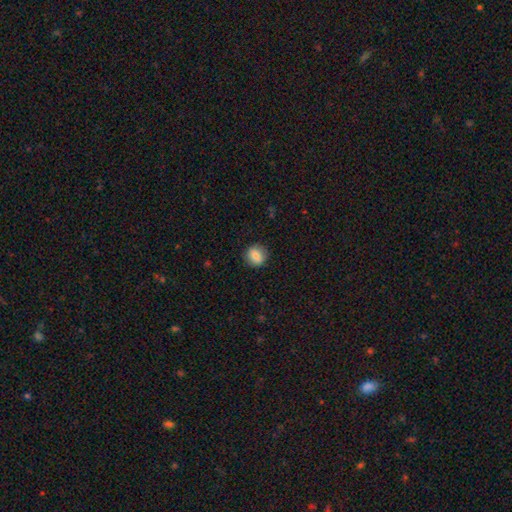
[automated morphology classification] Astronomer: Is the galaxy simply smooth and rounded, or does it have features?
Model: smooth — 83%.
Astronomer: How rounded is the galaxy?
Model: round — 85%.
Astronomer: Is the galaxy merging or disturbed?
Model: none — 88%.